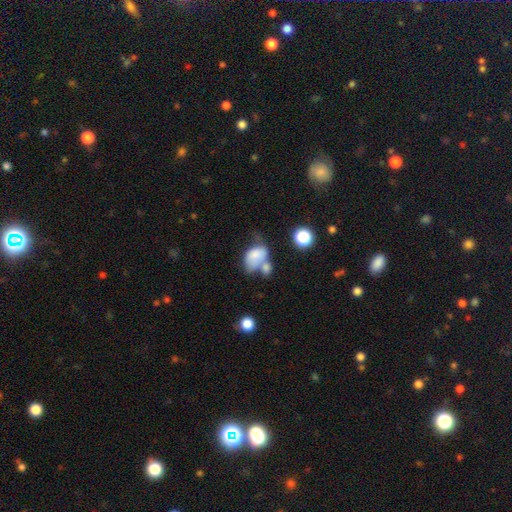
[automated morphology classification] smooth-or-featured: smooth: 71% | featured or disk: 20% | star or artifact: 9%
  how-rounded: in between: 82% | round: 17% | cigar-shaped: 1%
  merging: merger: 48% | none: 19% | major disturbance: 17% | minor disturbance: 16%